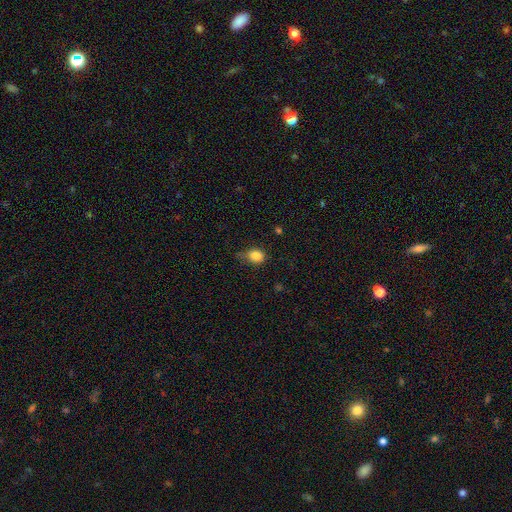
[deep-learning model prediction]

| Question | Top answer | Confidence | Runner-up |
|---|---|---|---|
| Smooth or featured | smooth | 83% | star or artifact (11%) |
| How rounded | round | 58% | in between (41%) |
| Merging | none | 53% | minor disturbance (34%) |